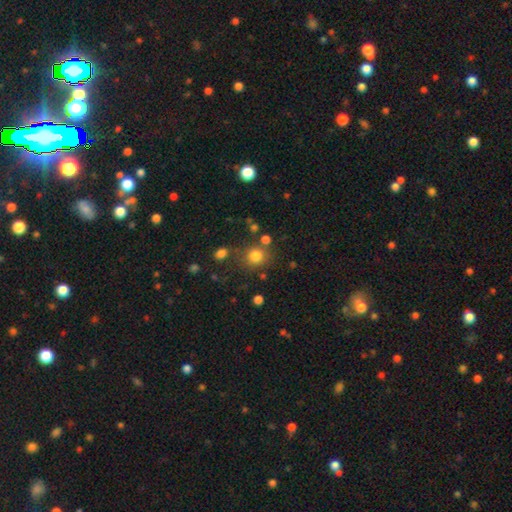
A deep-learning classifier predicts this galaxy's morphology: A smooth galaxy with no disk features (79%) that is round (87%). Merging: none (77%).